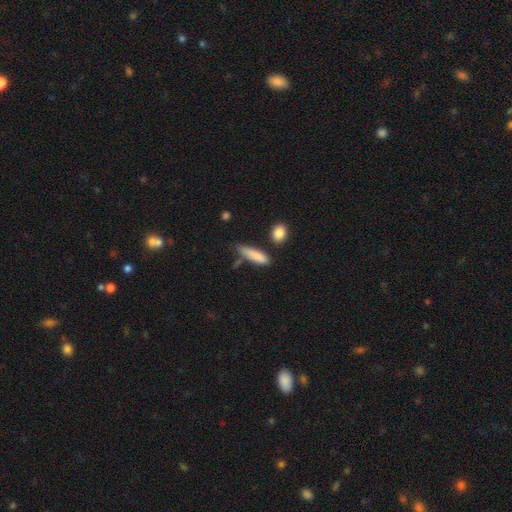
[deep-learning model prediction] The model was most divided on "merging": none: 63%, minor disturbance: 23%, merger: 7%, major disturbance: 6%. More confident: smooth or featured — smooth (83%); how rounded — cigar-shaped (69%).